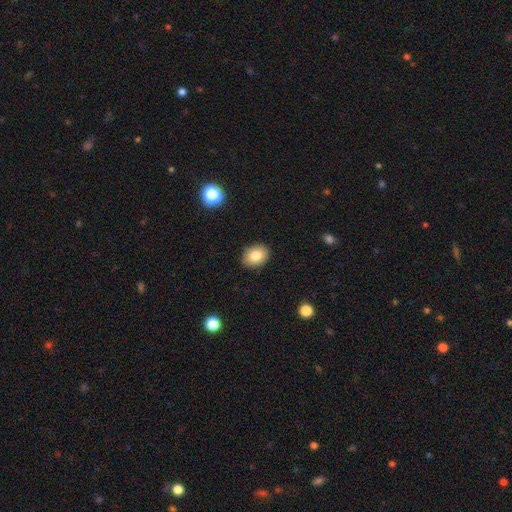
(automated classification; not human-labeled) This appears to be a smooth galaxy with no disk features (81%) that is in between round and cigar-shaped (60%). Merging: none (88%).